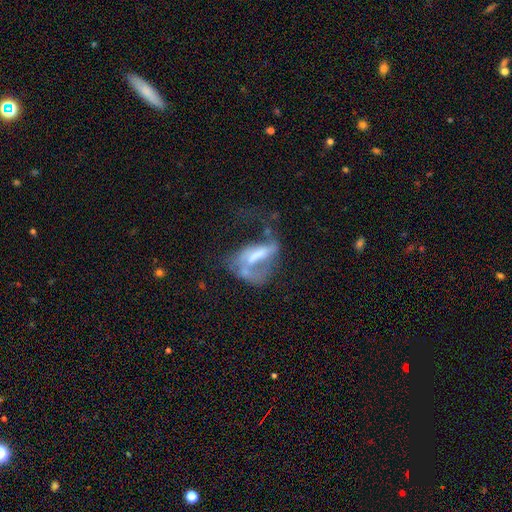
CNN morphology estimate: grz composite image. It shows a featured or disk galaxy (60%) with no bar (37%), no spiral arms (59%) and no central bulge (34%). Merging: major disturbance (50%).